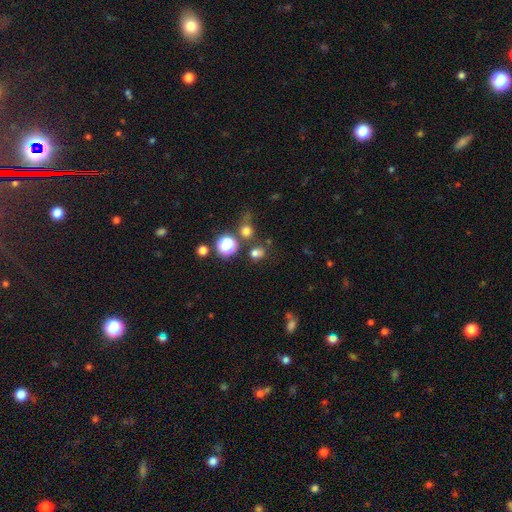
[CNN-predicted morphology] A smooth galaxy with no disk features (58%) that is round (70%).

Vote fractions:
- Smooth or featured? smooth: 58% / star or artifact: 34% / featured or disk: 8%
- How rounded? round: 70% / in between: 28% / cigar-shaped: 2%
- Merging? none: 69% / merger: 14% / minor disturbance: 11% / major disturbance: 6%